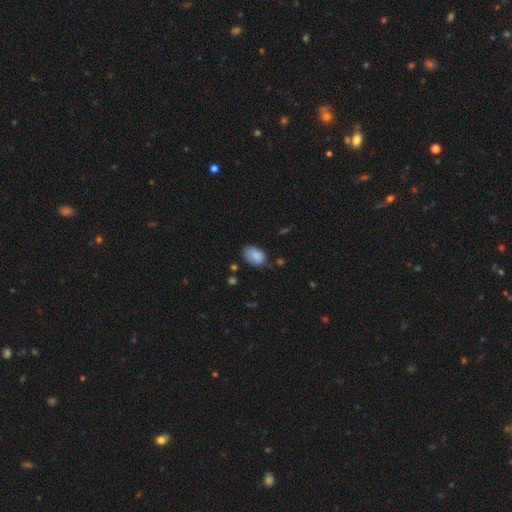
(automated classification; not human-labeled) A smooth galaxy with no disk features (86%) that is in between round and cigar-shaped (87%). Merging: none (67%).